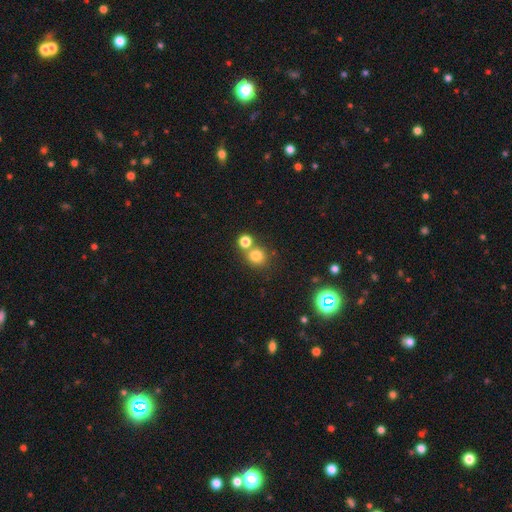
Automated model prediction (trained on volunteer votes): This appears to be a smooth galaxy with no disk features (78%) that is round (86%). Merging: none (59%).